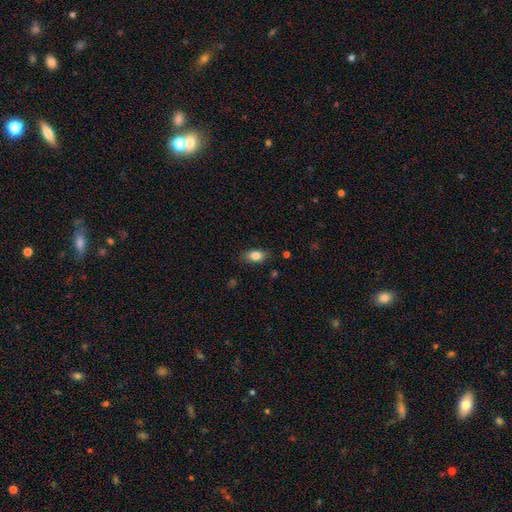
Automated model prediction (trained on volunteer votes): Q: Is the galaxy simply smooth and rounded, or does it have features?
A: smooth — 82%.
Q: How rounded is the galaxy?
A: in between — 84%.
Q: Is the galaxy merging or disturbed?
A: none — 83%.